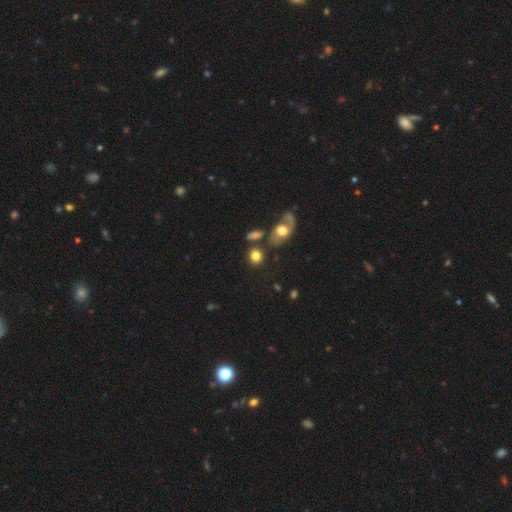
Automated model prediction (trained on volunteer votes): smooth 78%, featured or disk 12%, star or artifact 10%. Down the decision tree: how rounded — round (76%); merging — none (69%).